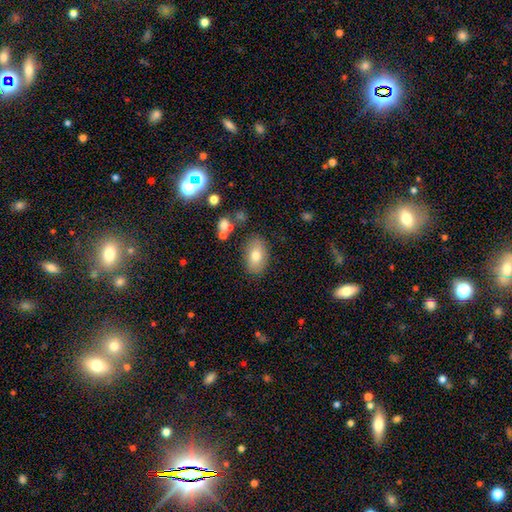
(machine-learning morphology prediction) Overall: smooth (73%). How rounded: in between (89%). Merging: none (81%).